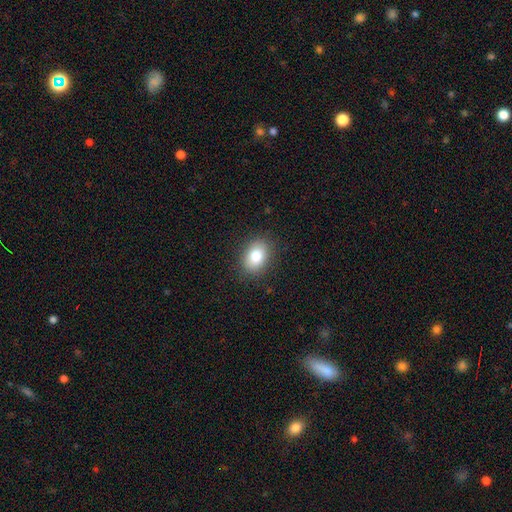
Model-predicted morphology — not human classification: type=smooth (82%); roundness=in between (78%); merging=none (87%).